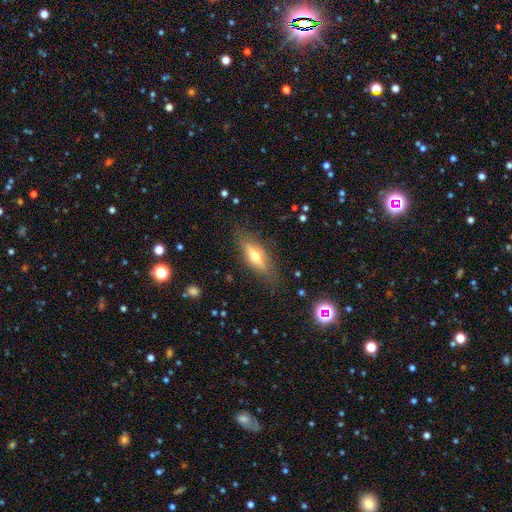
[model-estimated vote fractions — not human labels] Overall: featured or disk (51%; smooth 41%). Edge-on disk: yes (84%). Merging: none (81%).